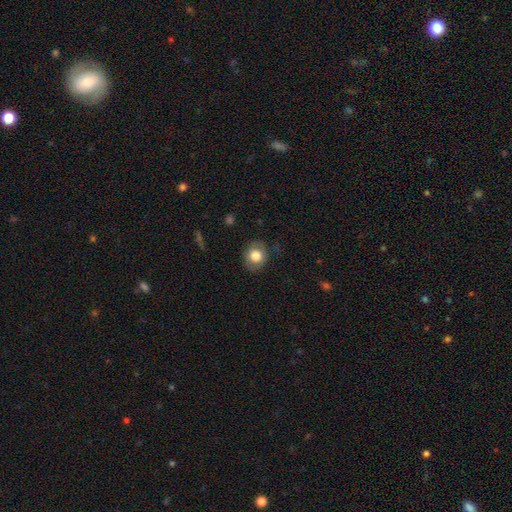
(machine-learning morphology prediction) Q: Smooth or featured?
A: smooth (77%); runner-up: featured or disk (15%)
Q: How rounded?
A: round (71%); runner-up: in between (28%)
Q: Merging?
A: none (81%); runner-up: minor disturbance (14%)